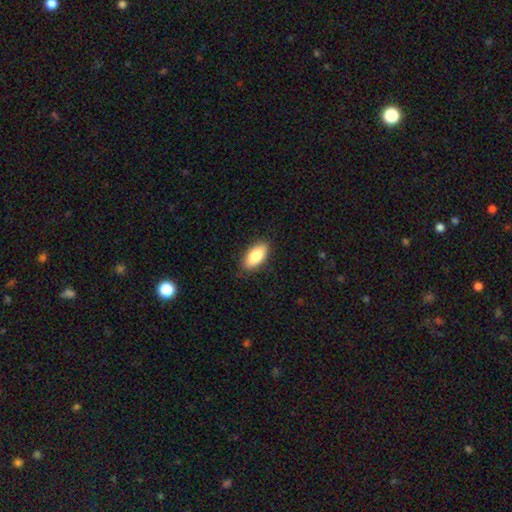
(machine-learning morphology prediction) type=smooth (85%); roundness=in between (92%); merging=none (86%).